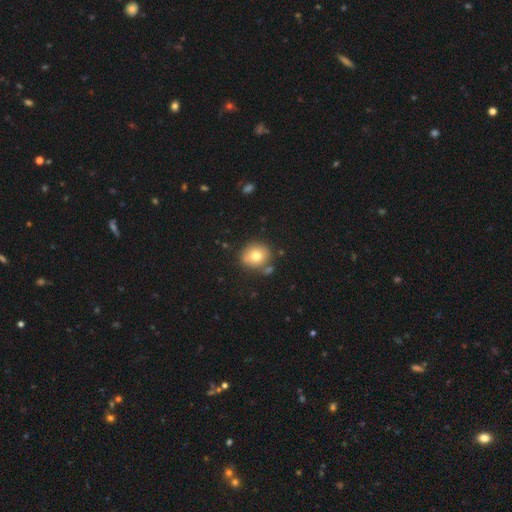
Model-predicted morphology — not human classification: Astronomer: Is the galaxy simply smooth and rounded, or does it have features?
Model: smooth — 74%.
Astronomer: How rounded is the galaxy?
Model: round — 80%.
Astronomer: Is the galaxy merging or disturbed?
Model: none — 75%.